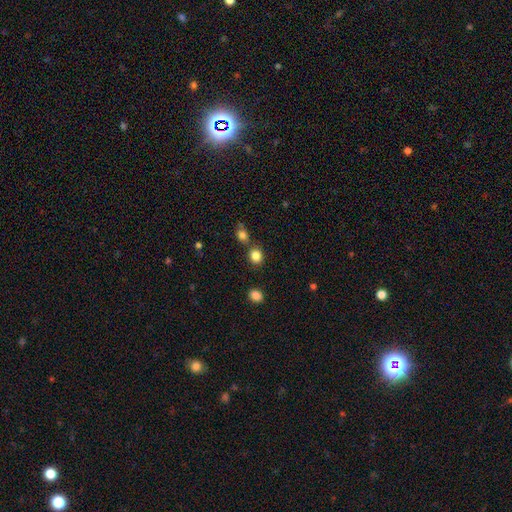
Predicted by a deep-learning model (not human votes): Smooth or featured?
  - smooth: 84% *
  - star or artifact: 11%
  - featured or disk: 5%
How rounded?
  - round: 72% *
  - in between: 27%
  - cigar-shaped: 1%
Merging?
  - none: 70% *
  - merger: 17%
  - minor disturbance: 10%
  - major disturbance: 3%